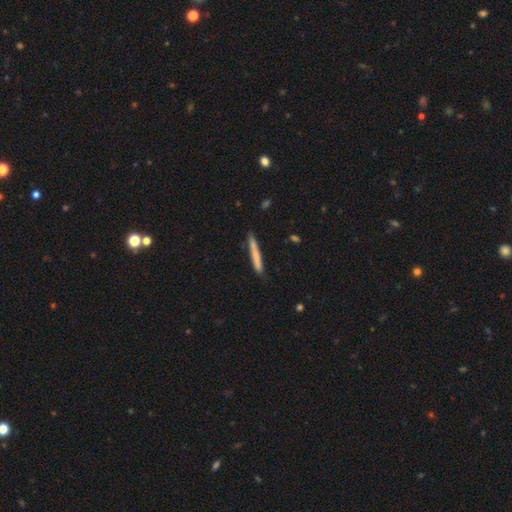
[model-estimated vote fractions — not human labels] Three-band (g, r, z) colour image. It shows a smooth galaxy with no disk features (72%) that is cigar-shaped (96%). Merging: none (86%).